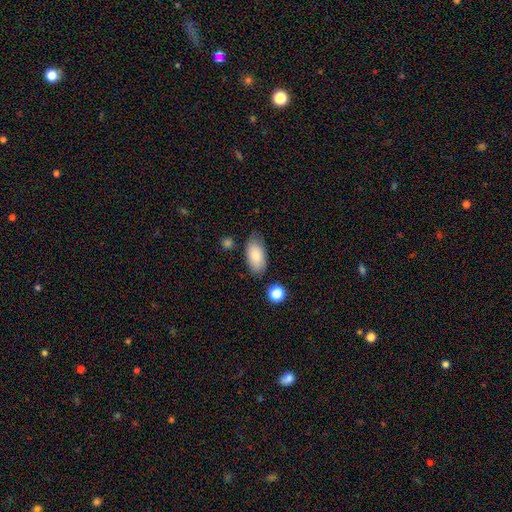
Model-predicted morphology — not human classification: Smooth or featured: smooth — 82% (featured or disk — 11%)
How rounded: in between — 93% (cigar-shaped — 4%)
Merging: none — 77% (minor disturbance — 16%)